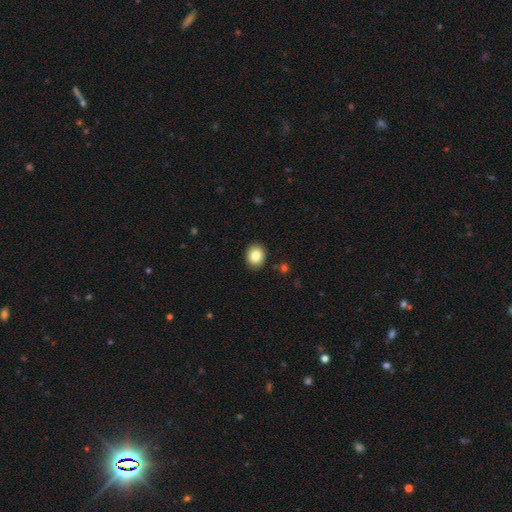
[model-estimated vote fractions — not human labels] Q: Smooth or featured?
A: smooth (85%); runner-up: star or artifact (9%)
Q: How rounded?
A: round (57%); runner-up: in between (42%)
Q: Merging?
A: none (89%); runner-up: minor disturbance (7%)